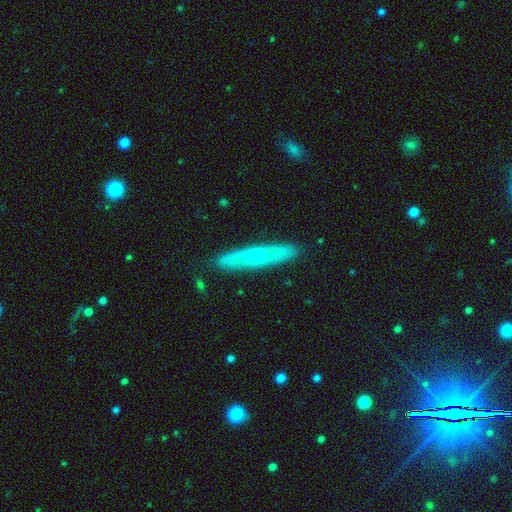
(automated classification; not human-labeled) A featured or disk galaxy (56%) viewed edge-on (64%).

Vote fractions:
- Smooth or featured? featured or disk: 56% / smooth: 38% / star or artifact: 6%
- Edge-on disk? yes: 64% / no: 36%
- Merging? none: 87% / minor disturbance: 10% / major disturbance: 2% / merger: 1%